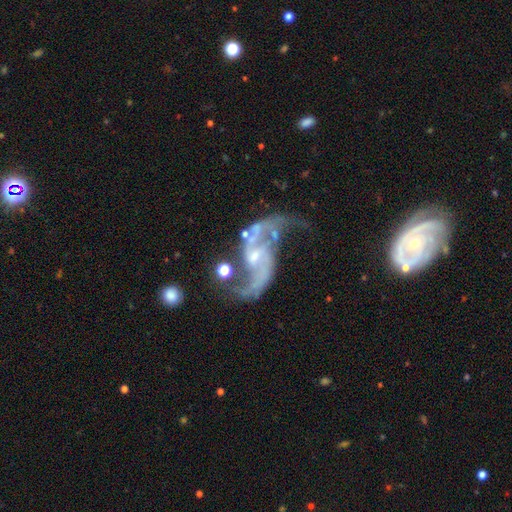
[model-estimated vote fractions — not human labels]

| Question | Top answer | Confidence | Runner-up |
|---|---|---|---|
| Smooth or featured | featured or disk | 90% | star or artifact (6%) |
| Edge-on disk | no | 97% | yes (3%) |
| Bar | no | 43% | tied: weak (43%) |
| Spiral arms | yes | 96% | no (4%) |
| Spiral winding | loose | 69% | medium (26%) |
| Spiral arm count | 2 | 93% | can't tell (2%) |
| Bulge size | small | 66% | moderate (24%) |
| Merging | none | 50% | minor disturbance (20%) |